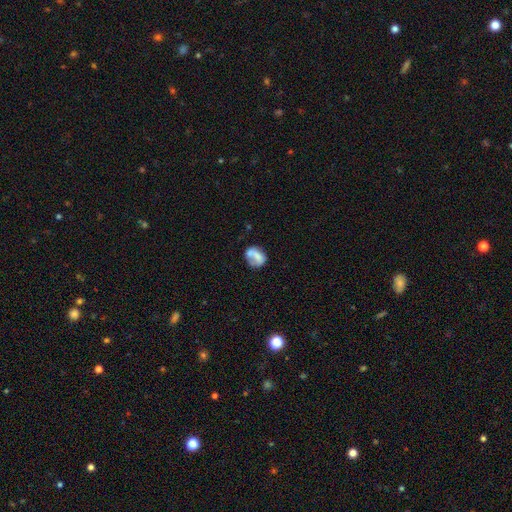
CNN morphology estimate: Smooth or featured?
  - smooth: 58% *
  - featured or disk: 33%
  - star or artifact: 9%
How rounded?
  - in between: 52% *
  - round: 46%
  - cigar-shaped: 2%
Merging?
  - none: 37% *
  - merger: 25%
  - minor disturbance: 22%
  - major disturbance: 16%